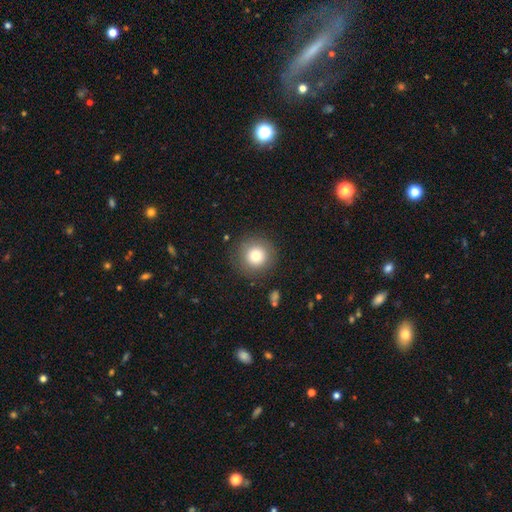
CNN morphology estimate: This appears to be a smooth galaxy with no disk features (79%) that is round (95%). Merging: none (87%).